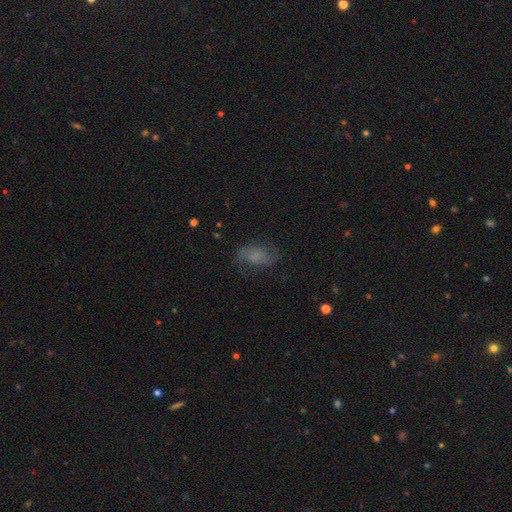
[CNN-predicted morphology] A smooth galaxy with no disk features (45%).

Vote fractions:
- Smooth or featured? smooth: 45% / featured or disk: 43% / star or artifact: 13%
- Merging? none: 68% / minor disturbance: 19% / major disturbance: 11% / merger: 1%